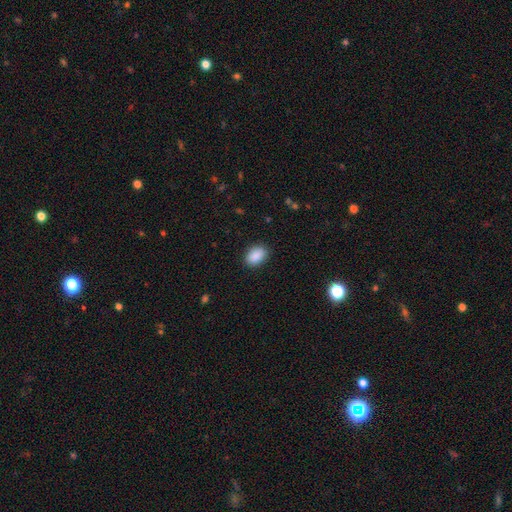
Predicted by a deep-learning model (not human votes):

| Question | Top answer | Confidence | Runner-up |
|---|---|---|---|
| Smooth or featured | smooth | 90% | star or artifact (7%) |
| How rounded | in between | 84% | round (14%) |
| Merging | none | 88% | minor disturbance (9%) |